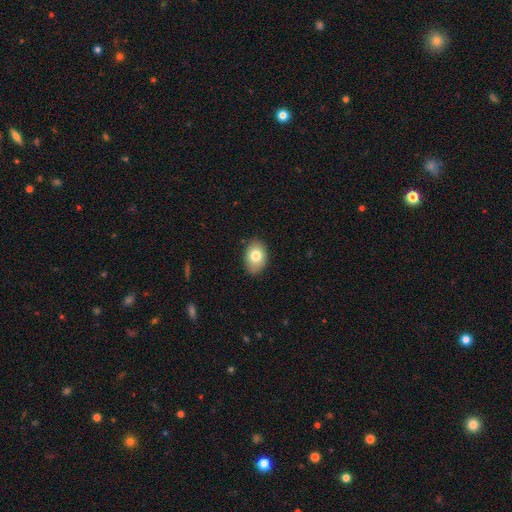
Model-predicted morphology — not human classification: Smooth or featured: smooth — 79% (featured or disk — 13%)
How rounded: in between — 82% (round — 17%)
Merging: none — 85% (minor disturbance — 12%)